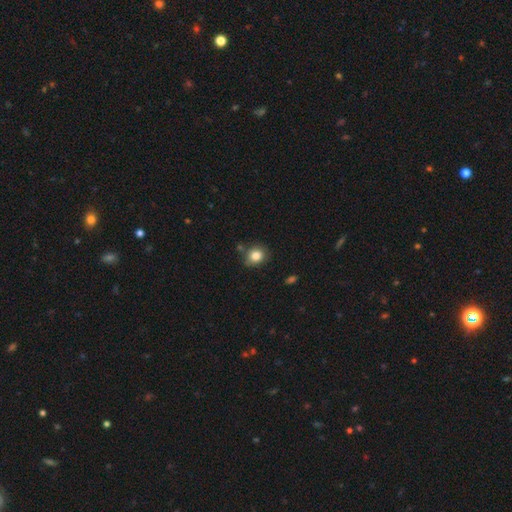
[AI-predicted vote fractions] Smooth or featured: smooth — 83% (star or artifact — 10%)
How rounded: round — 71% (in between — 28%)
Merging: none — 75% (minor disturbance — 16%)